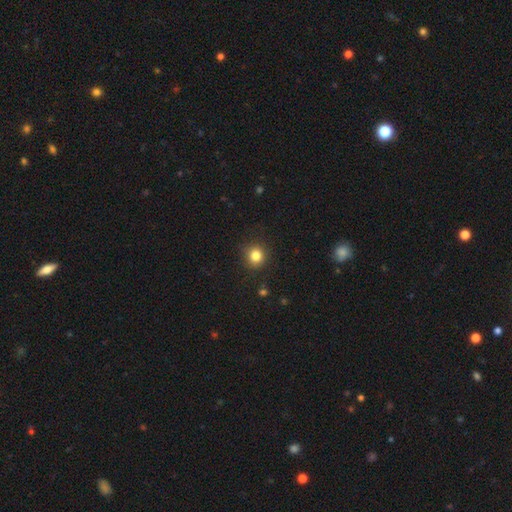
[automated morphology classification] This appears to be a smooth galaxy with no disk features (83%) that is round (91%). Merging: none (90%).